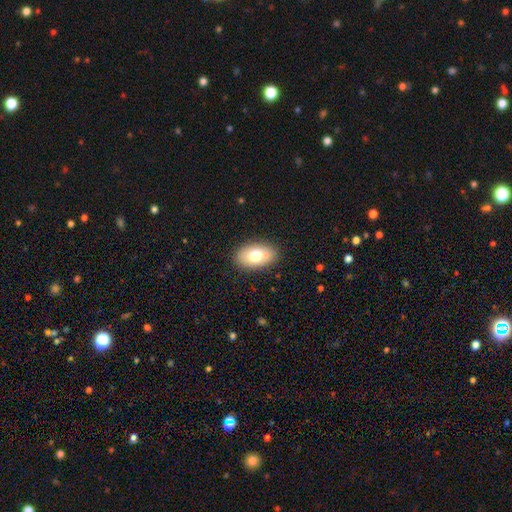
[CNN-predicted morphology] Overall: smooth (71%). How rounded: in between (90%). Merging: none (79%).